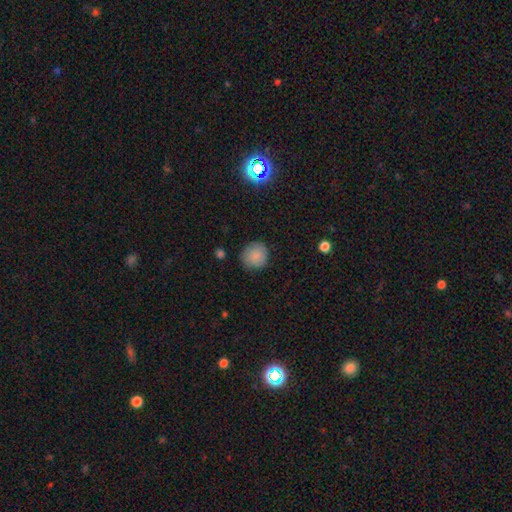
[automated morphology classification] Smooth or featured? smooth (86%)
How rounded? round (91%)
Merging? none (83%)